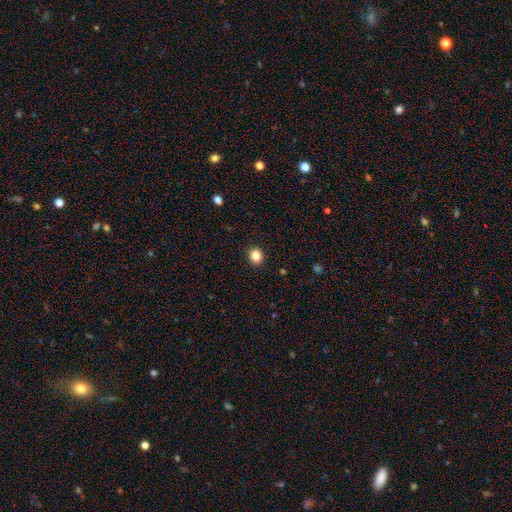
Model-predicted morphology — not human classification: smooth-or-featured: smooth: 85% | star or artifact: 11% | featured or disk: 4%
  how-rounded: round: 75% | in between: 24% | cigar-shaped: 1%
  merging: none: 92% | minor disturbance: 6% | major disturbance: 2% | merger: 1%